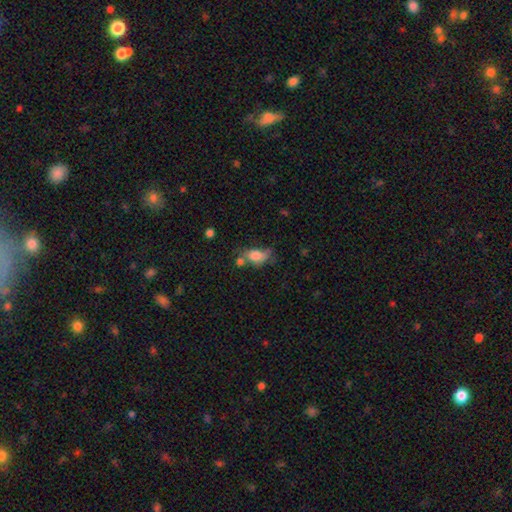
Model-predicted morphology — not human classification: Q: Smooth or featured?
A: smooth (76%); runner-up: featured or disk (14%)
Q: How rounded?
A: in between (85%); runner-up: round (10%)
Q: Merging?
A: none (35%); runner-up: minor disturbance (25%)